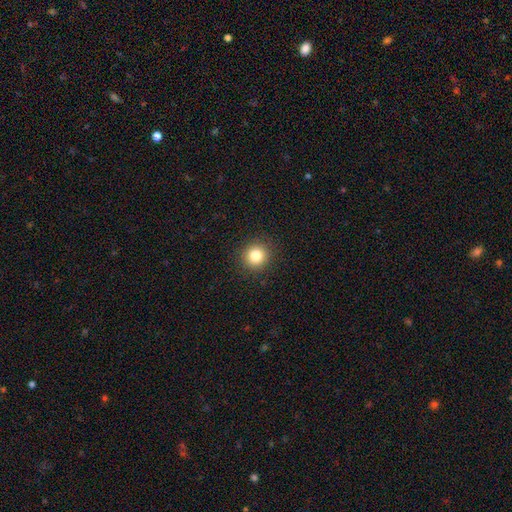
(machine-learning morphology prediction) type=smooth (82%); roundness=round (92%); merging=none (91%).